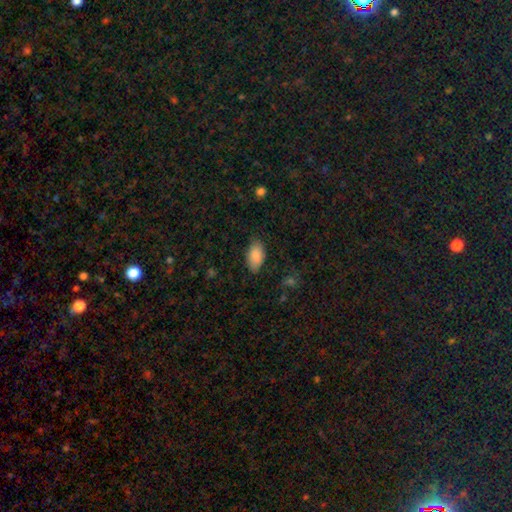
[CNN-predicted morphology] Smooth or featured? Predicted: smooth (p=0.87). How rounded? Predicted: in between (p=0.94). Merging? Predicted: none (p=0.78).